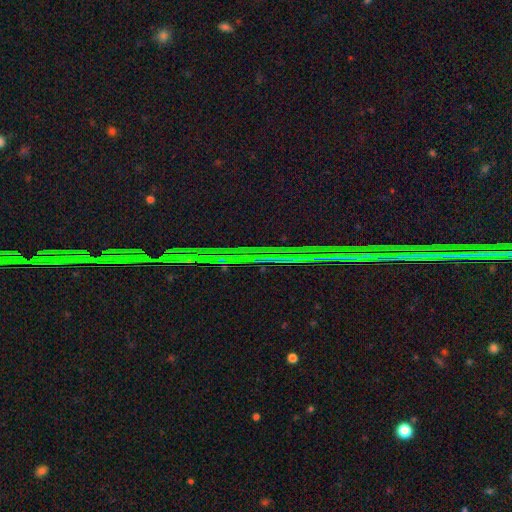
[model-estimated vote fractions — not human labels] smooth_or_featured: star or artifact (p=0.87) [alt: featured or disk p=0.07]